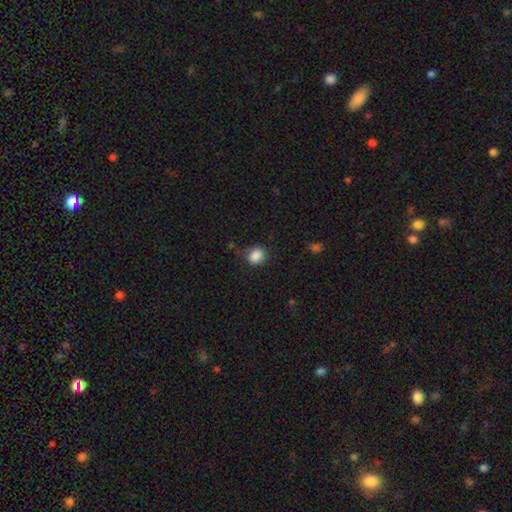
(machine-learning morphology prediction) A smooth galaxy with no disk features (87%) that is round (69%). Merging: none (82%).